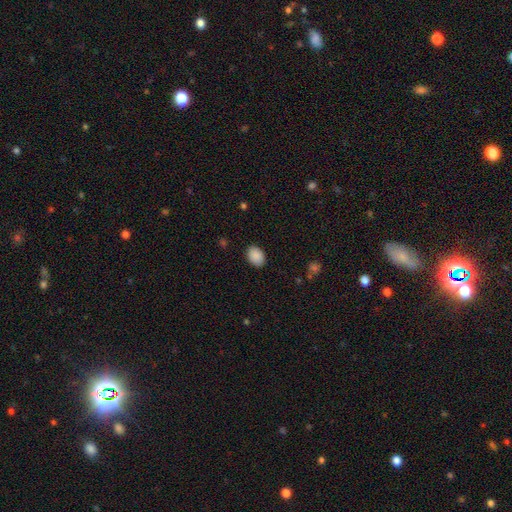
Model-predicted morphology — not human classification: A smooth galaxy with no disk features (89%) that is in between round and cigar-shaped (72%). Merging: none (87%).